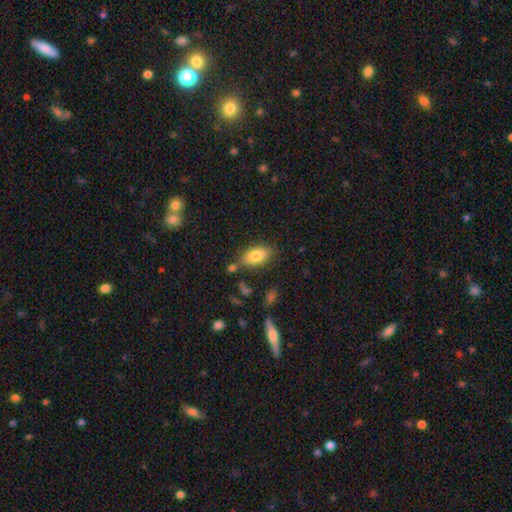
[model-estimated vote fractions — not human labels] Smooth or featured?
  - smooth: 83% *
  - featured or disk: 10%
  - star or artifact: 7%
How rounded?
  - in between: 90% *
  - cigar-shaped: 5%
  - round: 4%
Merging?
  - none: 75% *
  - minor disturbance: 15%
  - merger: 6%
  - major disturbance: 4%